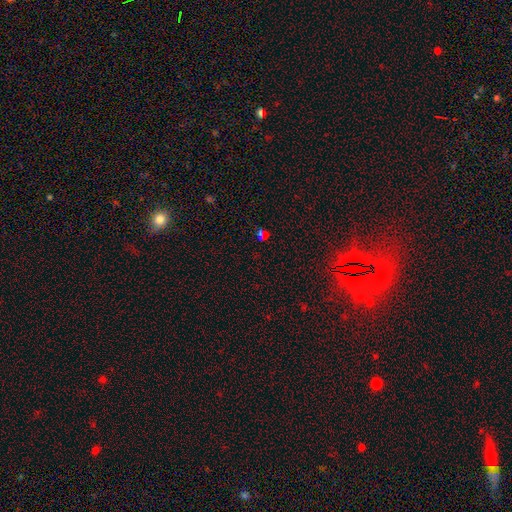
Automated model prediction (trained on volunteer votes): Smooth or featured? Predicted: star or artifact (p=0.64).